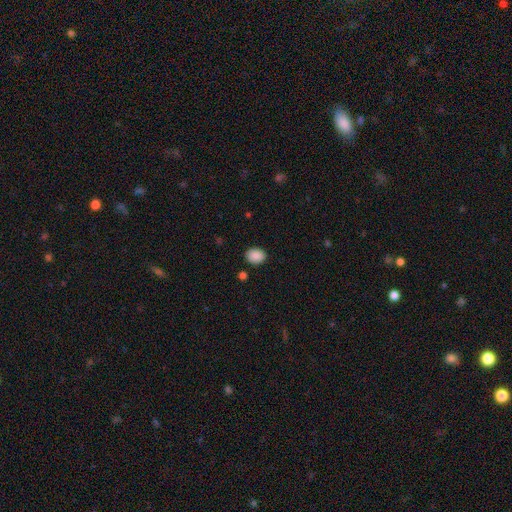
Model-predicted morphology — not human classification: Q: Smooth or featured?
A: smooth (89%); runner-up: star or artifact (8%)
Q: How rounded?
A: in between (51%); runner-up: round (49%)
Q: Merging?
A: none (86%); runner-up: minor disturbance (10%)